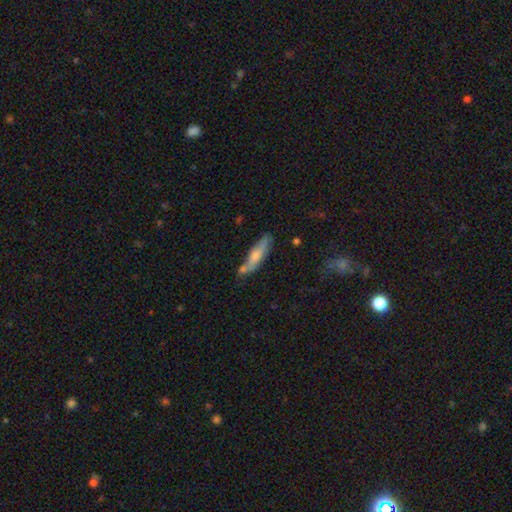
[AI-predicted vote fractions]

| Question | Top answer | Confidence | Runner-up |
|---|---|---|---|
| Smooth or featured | smooth | 58% | featured or disk (36%) |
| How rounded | cigar-shaped | 74% | in between (24%) |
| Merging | none | 59% | minor disturbance (23%) |